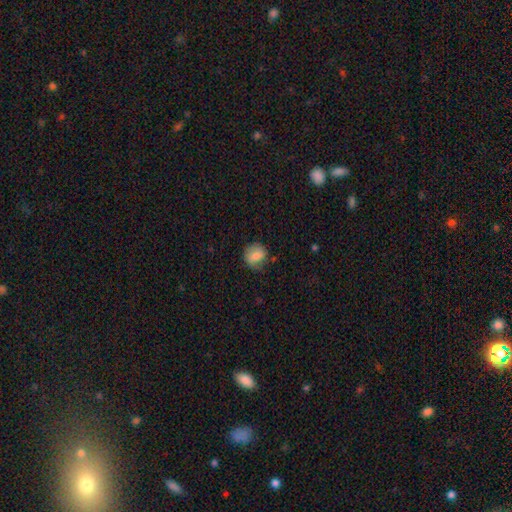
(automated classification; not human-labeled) A smooth galaxy with no disk features (74%) that is round (80%). Merging: none (70%).